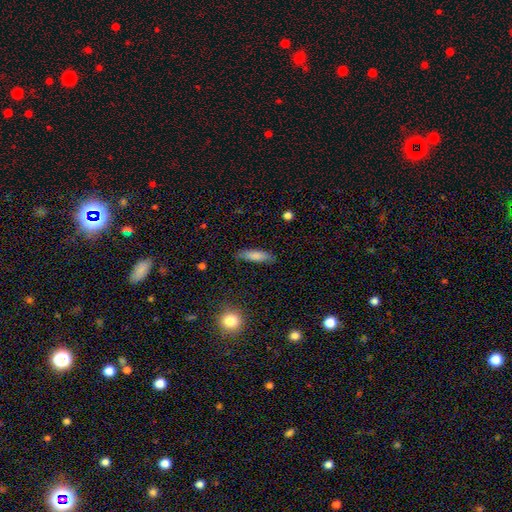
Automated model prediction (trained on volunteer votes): Smooth or featured? smooth (82%)
How rounded? cigar-shaped (61%)
Merging? none (83%)